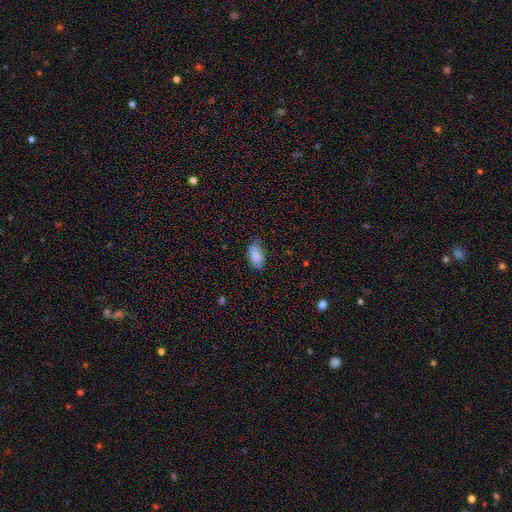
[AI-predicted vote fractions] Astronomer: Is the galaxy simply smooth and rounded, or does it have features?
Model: smooth — 83%.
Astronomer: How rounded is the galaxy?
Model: in between — 93%.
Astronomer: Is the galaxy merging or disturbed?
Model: none — 70%.